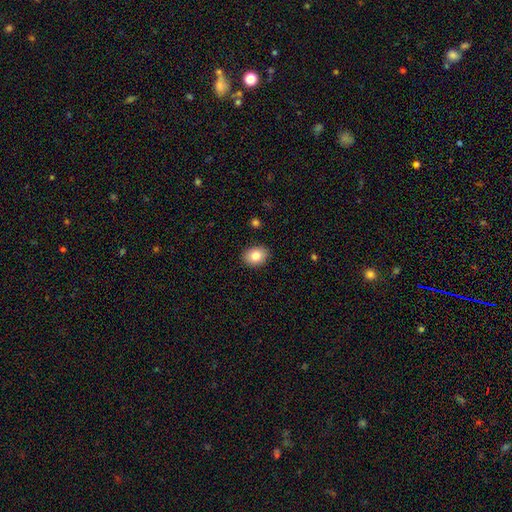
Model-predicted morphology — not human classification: This appears to be a smooth galaxy with no disk features (82%) that is in between round and cigar-shaped (55%). Merging: none (90%).